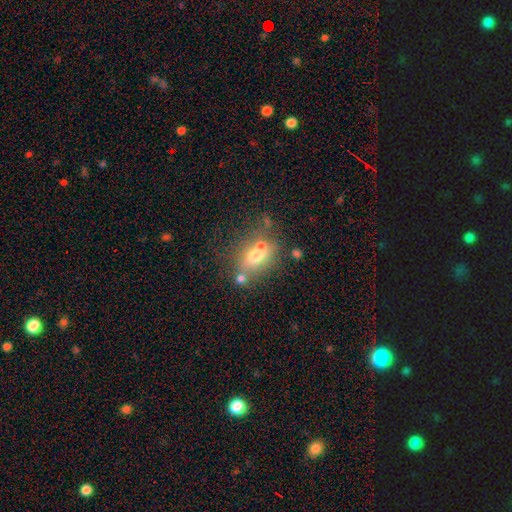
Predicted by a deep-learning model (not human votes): A smooth galaxy with no disk features (60%) that is in between round and cigar-shaped (64%).

Vote fractions:
- Smooth or featured? smooth: 60% / featured or disk: 27% / star or artifact: 13%
- How rounded? in between: 64% / round: 31% / cigar-shaped: 4%
- Merging? none: 49% / merger: 29% / minor disturbance: 15% / major disturbance: 8%